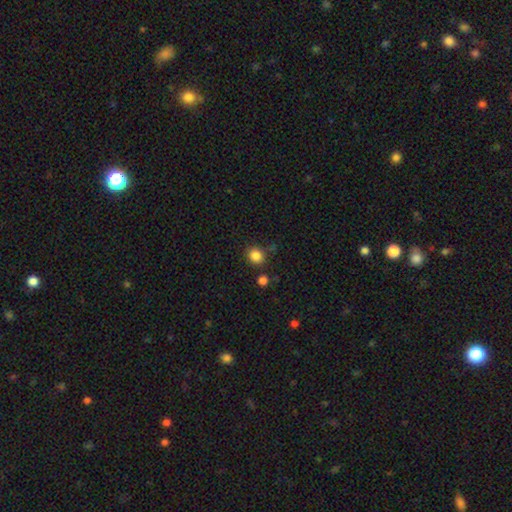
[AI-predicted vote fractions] This is clearly a smooth galaxy (85%). How rounded: likely round (78%). Merging: clearly none (80%).